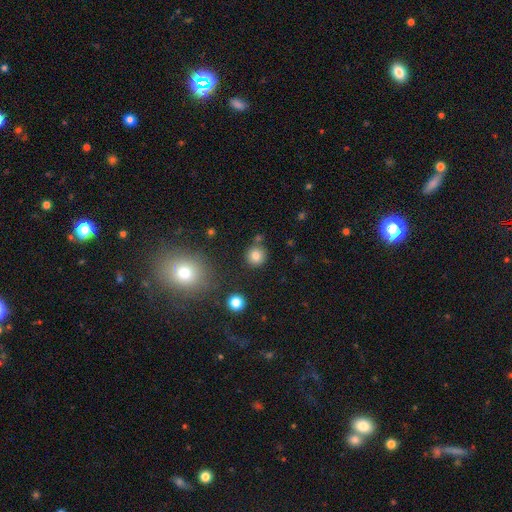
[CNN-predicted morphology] A smooth galaxy with no disk features (80%) that is round (93%). Merging: none (82%).